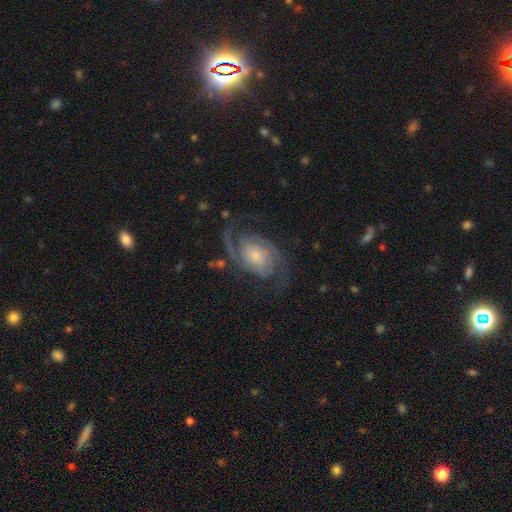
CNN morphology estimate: smooth-or-featured: featured or disk: 87% | smooth: 7% | star or artifact: 5%
  disk-edge-on: no: 98% | yes: 2%
    bar: no: 66% | weak: 27% | strong: 7%
    has-spiral-arms: yes: 97% | no: 3%
      spiral-winding: medium: 50% | tight: 28% | loose: 22%
      spiral-arm-count: 2: 83% | 3: 5% | can't tell: 5% | 1: 2% | 4: 2% | more than 4: 2%
    bulge-size: small: 51% | moderate: 31% | large: 10% | none: 6% | dominant: 3%
  merging: none: 68% | minor disturbance: 16% | major disturbance: 14% | merger: 2%